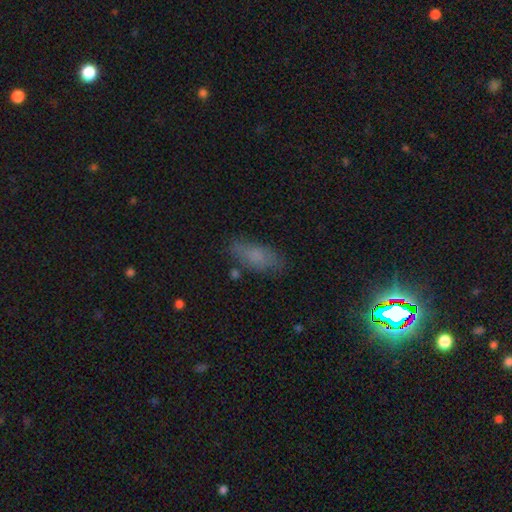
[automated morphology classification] smooth_or_featured: smooth (p=0.70) [alt: featured or disk p=0.17]
how_rounded: in between (p=0.77) [alt: cigar-shaped p=0.19]
merging: none (p=0.70) [alt: minor disturbance p=0.20]